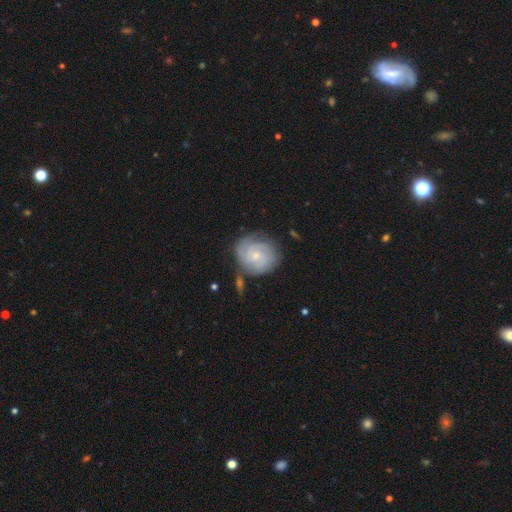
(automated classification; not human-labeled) Smooth or featured? featured or disk (66%)
Edge-on disk? no (98%)
Bar? no (76%)
Spiral arms? yes (90%)
Spiral winding? tight (68%)
Spiral arm count? can't tell (38%)
Bulge size? small (73%)
Merging? none (68%)